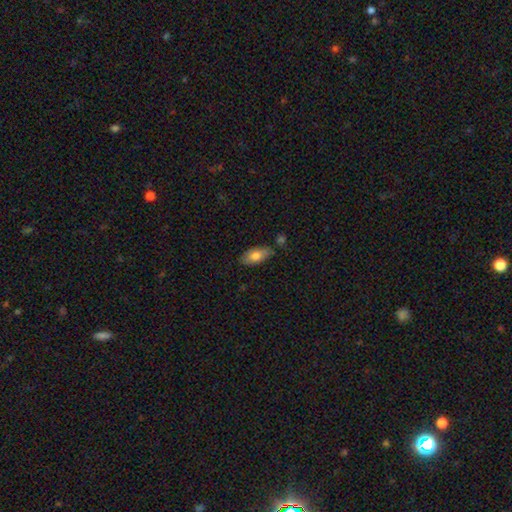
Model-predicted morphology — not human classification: Smooth or featured? Predicted: smooth (p=0.74). How rounded? Predicted: in between (p=0.88). Merging? Predicted: none (p=0.75).